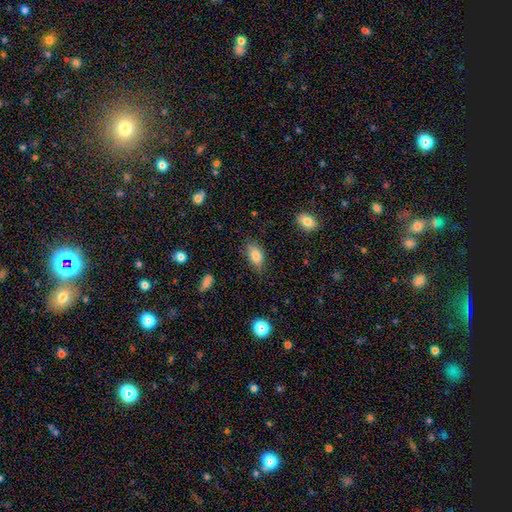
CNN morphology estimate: This appears to be a smooth galaxy with no disk features (83%) that is in between round and cigar-shaped (90%). Merging: none (78%).